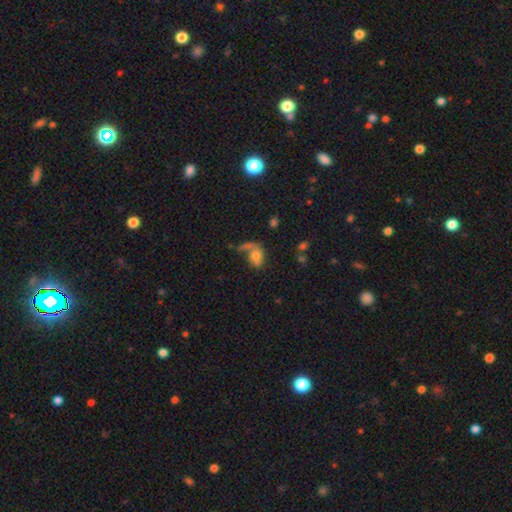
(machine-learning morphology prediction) Q: Smooth or featured?
A: smooth (50%); runner-up: featured or disk (39%)
Q: Merging?
A: none (34%); runner-up: major disturbance (32%)